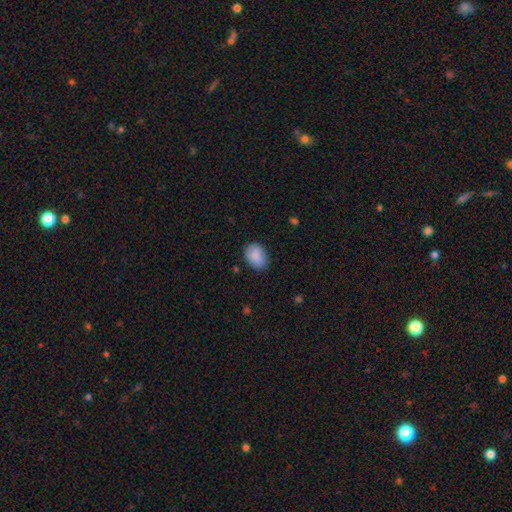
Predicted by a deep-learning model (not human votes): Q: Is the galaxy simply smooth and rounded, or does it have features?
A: smooth — 89%.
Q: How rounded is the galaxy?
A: in between — 74%.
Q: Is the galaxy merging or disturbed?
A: none — 83%.